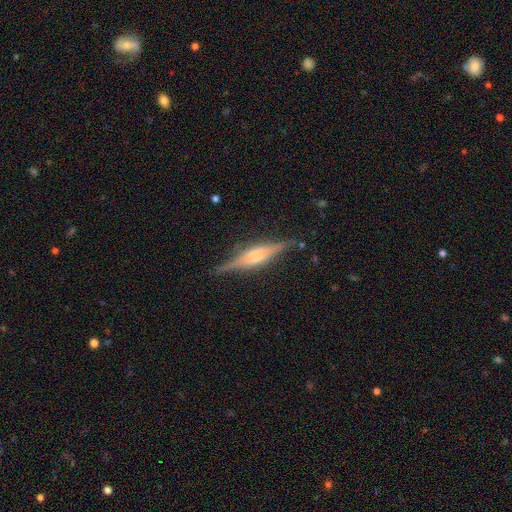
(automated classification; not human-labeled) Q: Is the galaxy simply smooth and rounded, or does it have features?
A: featured or disk — 77%.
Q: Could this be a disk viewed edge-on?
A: yes — 97%.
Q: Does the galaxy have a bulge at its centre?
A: rounded — 62%.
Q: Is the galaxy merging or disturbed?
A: none — 84%.